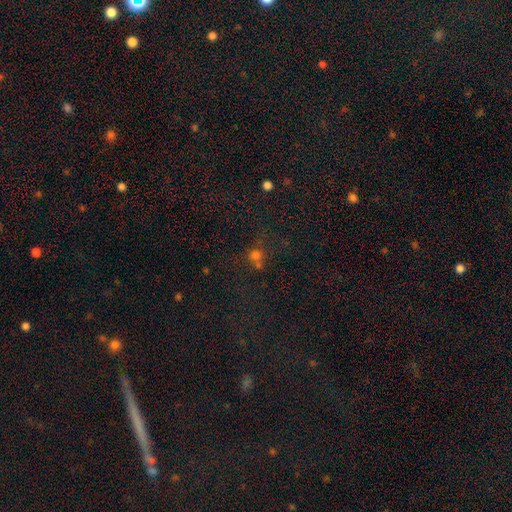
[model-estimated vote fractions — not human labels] Smooth or featured? Predicted: smooth (p=0.54). How rounded? Predicted: round (p=0.85). Merging? Predicted: none (p=0.53).